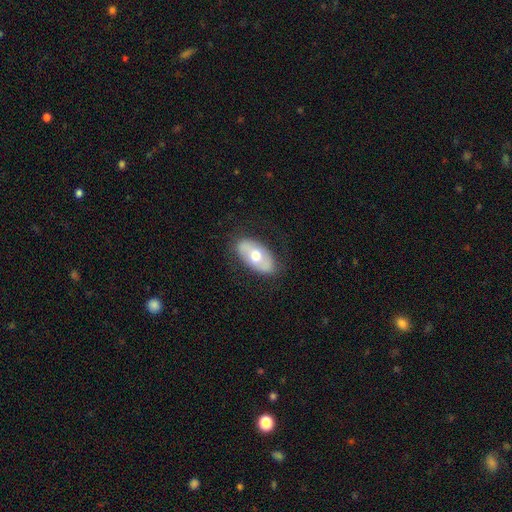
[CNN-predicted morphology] smooth-or-featured: smooth: 53% | featured or disk: 41% | star or artifact: 6%
  how-rounded: in between: 92% | round: 5% | cigar-shaped: 3%
  merging: none: 80% | minor disturbance: 15% | major disturbance: 4% | merger: 1%